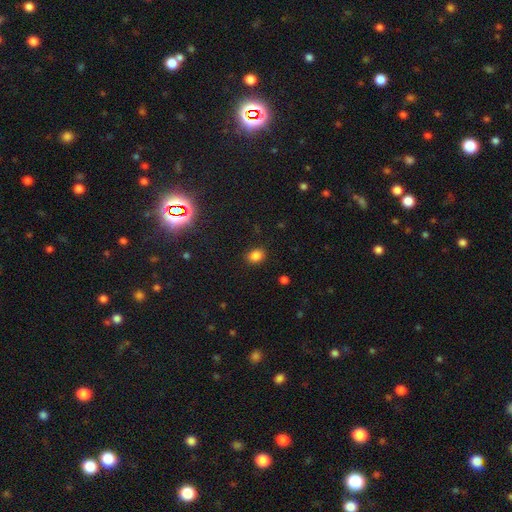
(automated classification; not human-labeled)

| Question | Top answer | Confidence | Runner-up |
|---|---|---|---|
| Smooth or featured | smooth | 83% | star or artifact (13%) |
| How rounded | in between | 51% | round (48%) |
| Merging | none | 87% | minor disturbance (9%) |